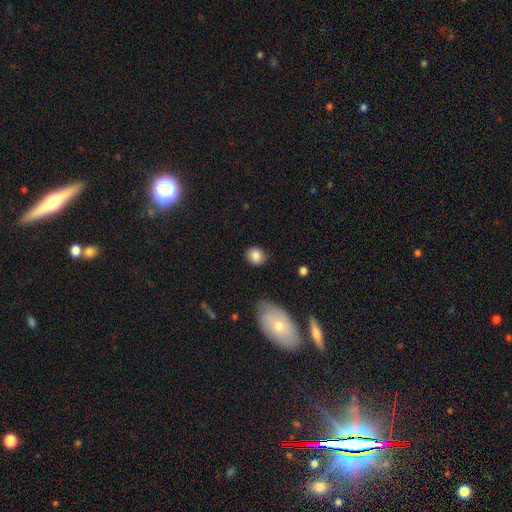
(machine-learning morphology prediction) The model was most divided on "how rounded": round: 74%, in between: 25%, cigar-shaped: 1%. More confident: smooth or featured — smooth (86%); merging — none (83%).